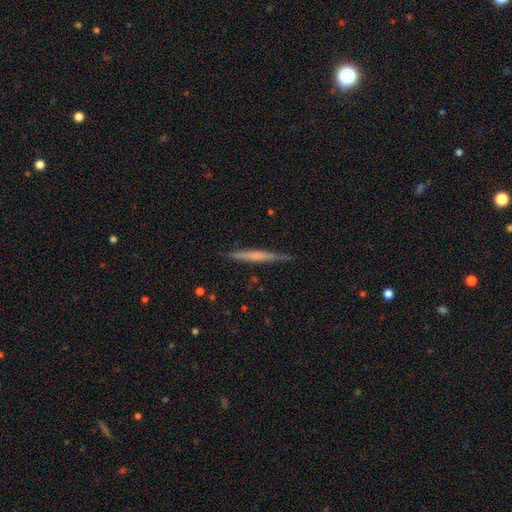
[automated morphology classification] This appears to be a featured or disk galaxy (51%) viewed edge-on (97%). Merging: none (86%).